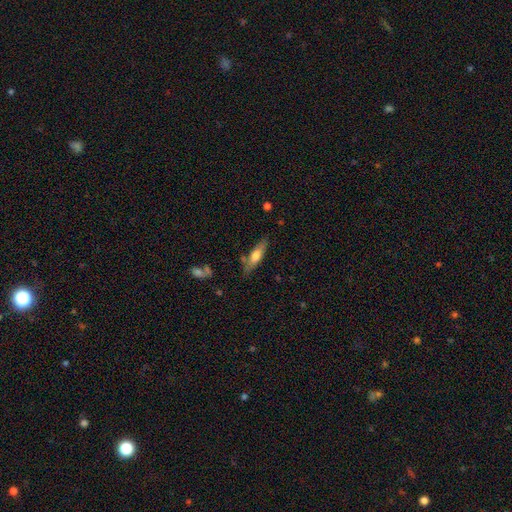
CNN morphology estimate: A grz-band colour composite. It shows a smooth galaxy with no disk features (62%) that is cigar-shaped (57%). Merging: none (73%).